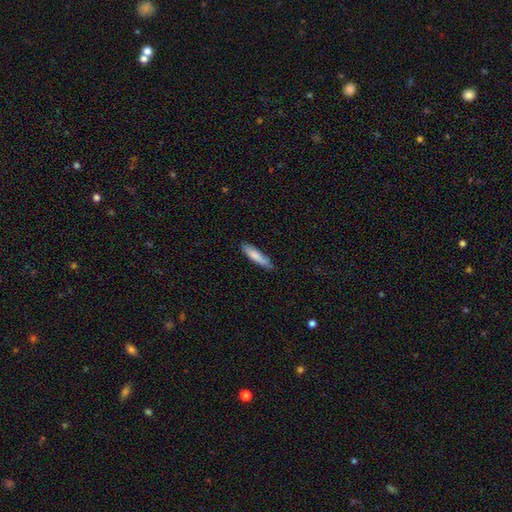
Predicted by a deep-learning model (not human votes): smooth_or_featured: smooth (p=0.81) [alt: featured or disk p=0.14]
how_rounded: cigar-shaped (p=0.79) [alt: in between p=0.20]
merging: none (p=0.78) [alt: minor disturbance p=0.18]